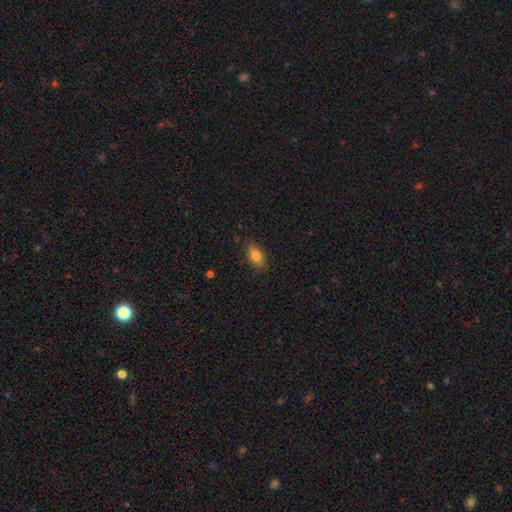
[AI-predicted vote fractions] Smooth or featured? Predicted: smooth (p=0.82). How rounded? Predicted: in between (p=0.87). Merging? Predicted: none (p=0.81).